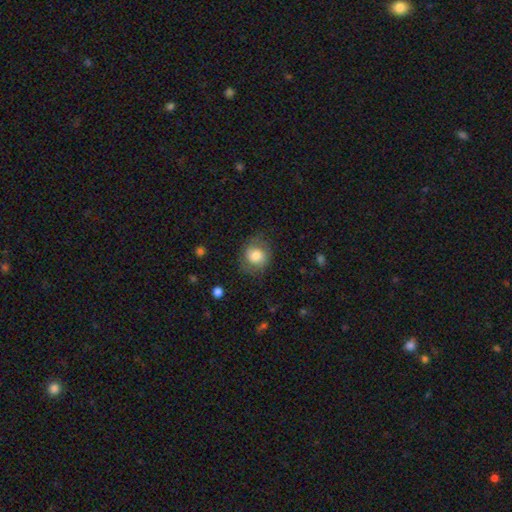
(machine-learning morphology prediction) This is likely a smooth galaxy (69%). How rounded: likely round (76%). Merging: likely none (71%).